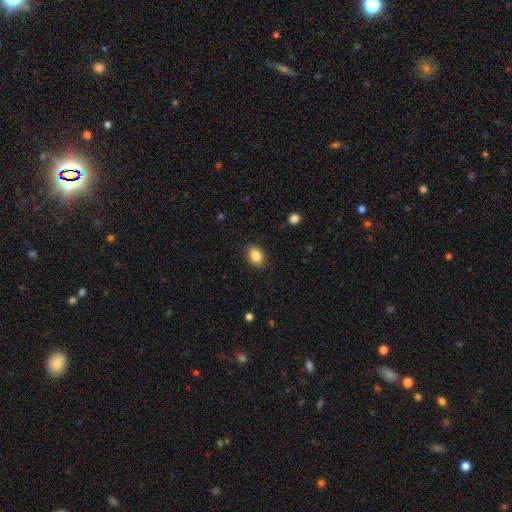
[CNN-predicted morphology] Smooth or featured: smooth — 86% (star or artifact — 8%)
How rounded: in between — 81% (round — 18%)
Merging: none — 88% (minor disturbance — 9%)